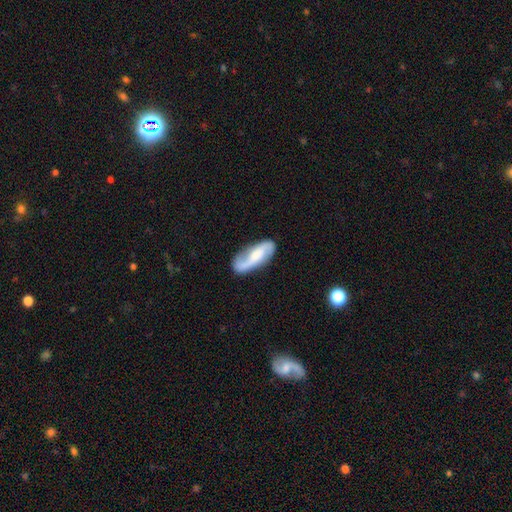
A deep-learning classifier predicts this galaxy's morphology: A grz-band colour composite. It shows a featured or disk galaxy (72%) with no bar (40%), 2 (89%) loose (58%) spiral arms (94%) and a moderate central bulge (36%). Merging: none (79%).